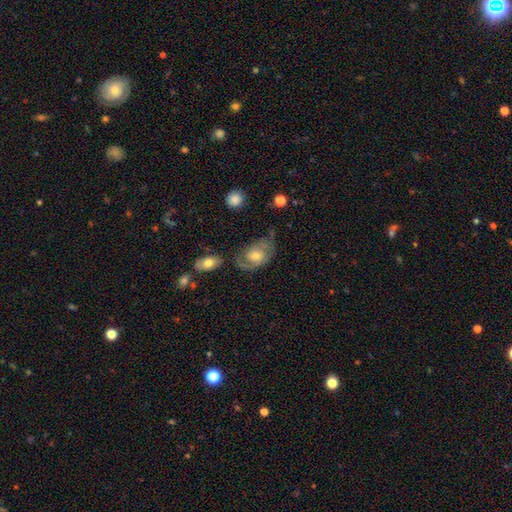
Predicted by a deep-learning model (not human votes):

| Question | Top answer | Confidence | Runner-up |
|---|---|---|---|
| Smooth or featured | featured or disk | 56% | smooth (36%) |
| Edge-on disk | no | 95% | yes (5%) |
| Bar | no | 73% | weak (23%) |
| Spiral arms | yes | 74% | no (26%) |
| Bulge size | moderate | 63% | small (23%) |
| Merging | none | 46% | minor disturbance (29%) |